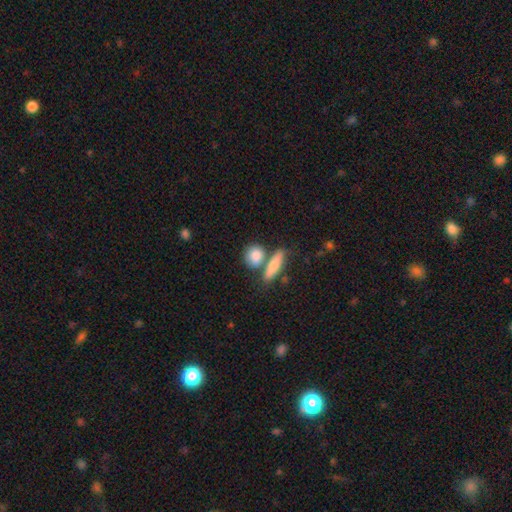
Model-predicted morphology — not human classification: Smooth or featured? smooth (84%)
How rounded? round (52%)
Merging? none (56%)